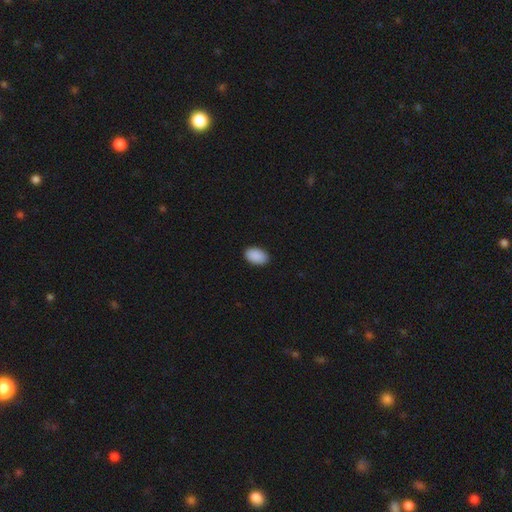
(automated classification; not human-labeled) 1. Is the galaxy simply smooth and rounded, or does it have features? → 91% smooth, 7% star or artifact, 2% featured or disk.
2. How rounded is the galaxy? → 92% in between, 7% round, 1% cigar-shaped.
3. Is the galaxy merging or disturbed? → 89% none, 8% minor disturbance, 2% major disturbance, 1% merger.